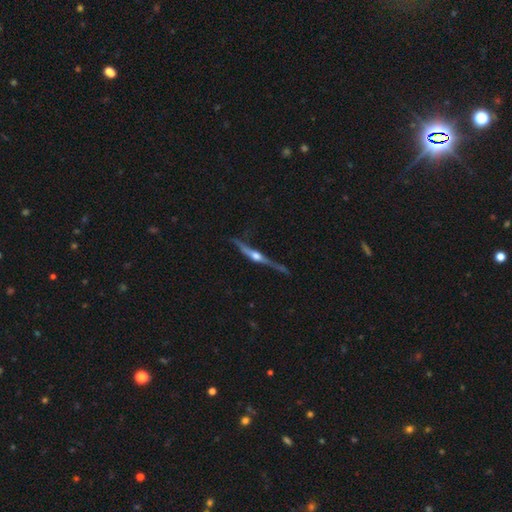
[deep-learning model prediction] A featured or disk galaxy (83%) viewed edge-on (97%) with a rounded central bulge (92%).

Vote fractions:
- Smooth or featured? featured or disk: 83% / smooth: 11% / star or artifact: 6%
- Edge-on disk? yes: 97% / no: 3%
- Edge-on bulge? rounded: 92% / boxy: 5% / none: 3%
- Merging? none: 73% / minor disturbance: 18% / major disturbance: 6% / merger: 3%